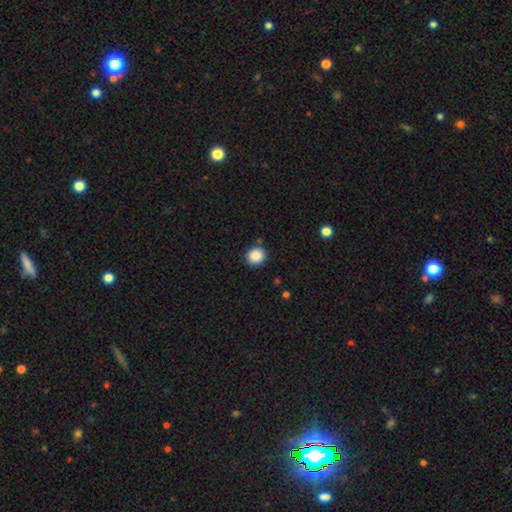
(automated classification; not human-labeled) Smooth or featured? smooth (87%)
How rounded? round (88%)
Merging? none (88%)